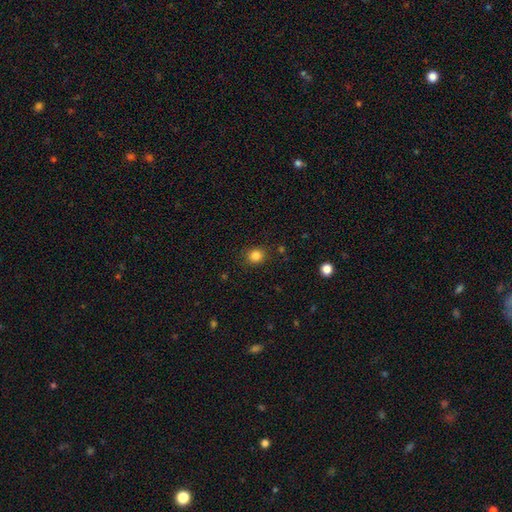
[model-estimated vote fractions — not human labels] Smooth or featured: smooth — 84% (star or artifact — 12%)
How rounded: round — 82% (in between — 17%)
Merging: none — 86% (minor disturbance — 9%)